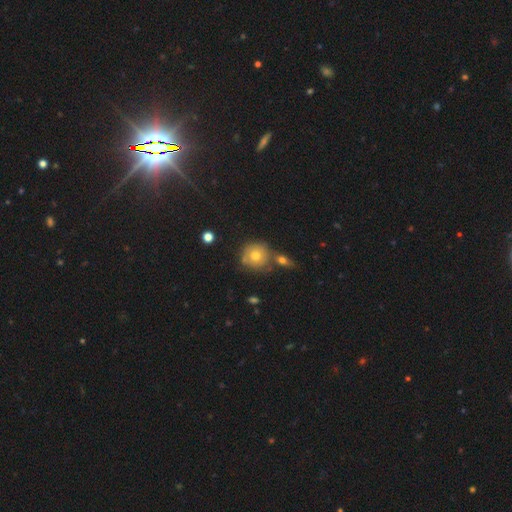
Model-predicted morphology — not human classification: smooth_or_featured: smooth (p=0.64) [alt: featured or disk p=0.25]
how_rounded: round (p=0.90) [alt: in between p=0.09]
merging: none (p=0.63) [alt: merger p=0.17]